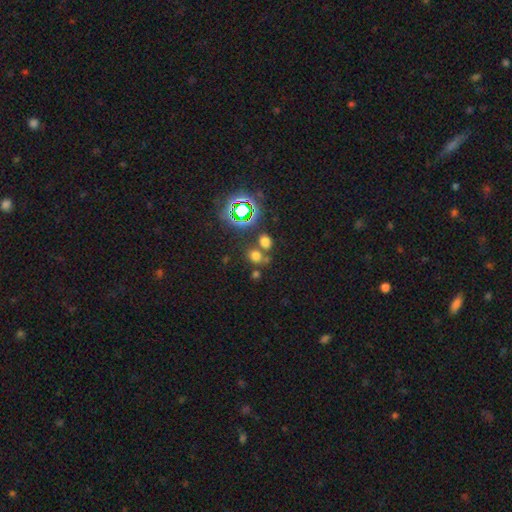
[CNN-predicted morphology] Smooth or featured? Predicted: smooth (p=0.62). How rounded? Predicted: round (p=0.61). Merging? Predicted: none (p=0.56).